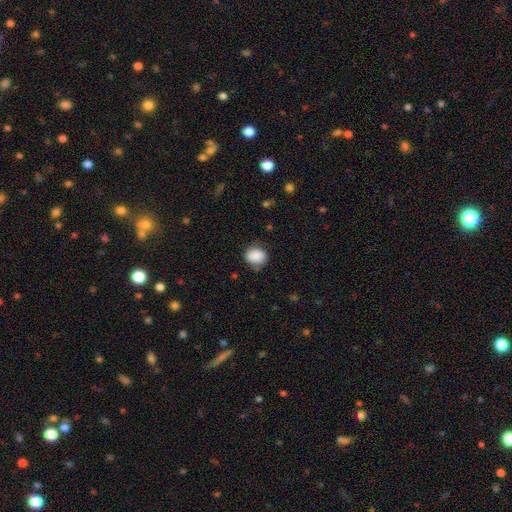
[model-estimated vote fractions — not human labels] A smooth galaxy with no disk features (86%) that is round (76%).

Vote fractions:
- Smooth or featured? smooth: 86% / star or artifact: 8% / featured or disk: 6%
- How rounded? round: 76% / in between: 23% / cigar-shaped: 1%
- Merging? none: 78% / minor disturbance: 16% / major disturbance: 4% / merger: 1%